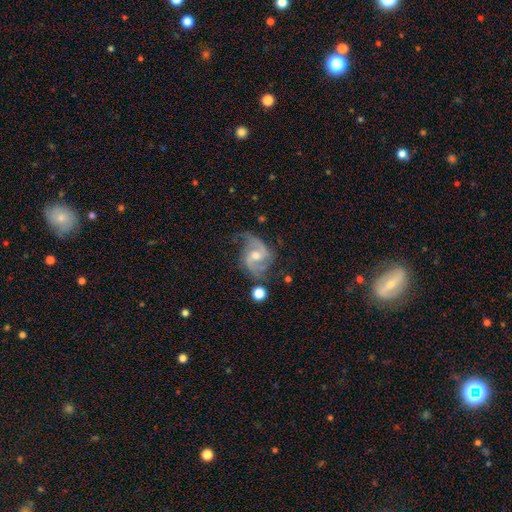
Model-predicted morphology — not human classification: Smooth or featured?
  - featured or disk: 89% *
  - star or artifact: 6%
  - smooth: 6%
Edge-on disk?
  - no: 98% *
  - yes: 2%
Bar?
  - weak: 48% *
  - no: 37%
  - strong: 14%
Spiral arms?
  - yes: 97% *
  - no: 3%
Spiral winding?
  - medium: 52% *
  - loose: 28%
  - tight: 20%
Spiral arm count?
  - 2: 84% *
  - 3: 6%
  - can't tell: 5%
  - 1: 2%
  - 4: 2%
  - more than 4: 2%
Bulge size?
  - moderate: 64% *
  - small: 30%
  - large: 3%
  - none: 2%
  - dominant: 1%
Merging?
  - none: 64% *
  - minor disturbance: 22%
  - major disturbance: 10%
  - merger: 4%